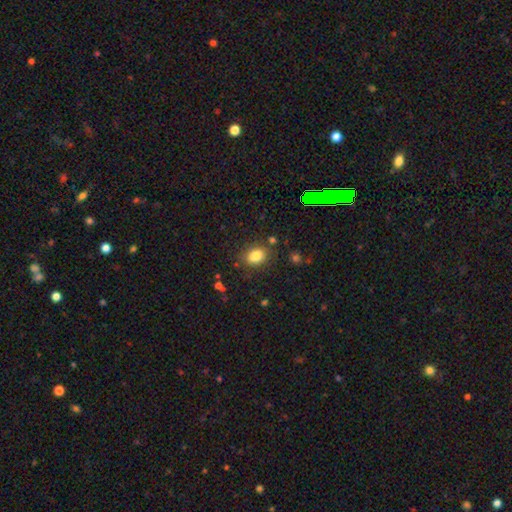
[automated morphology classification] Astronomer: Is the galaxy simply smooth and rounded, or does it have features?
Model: smooth — 83%.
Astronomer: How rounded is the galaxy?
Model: in between — 66%.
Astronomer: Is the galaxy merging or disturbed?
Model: none — 80%.